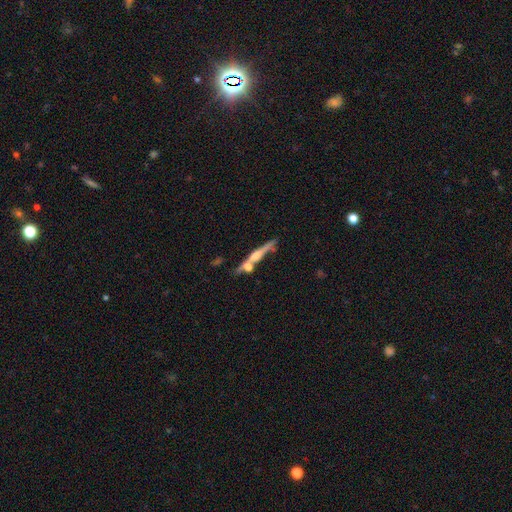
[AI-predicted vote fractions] This is likely a featured or disk galaxy (65%). It is clearly viewed edge-on (92%). Edge-on bulge: likely rounded (74%). Merging: possibly none (57%).